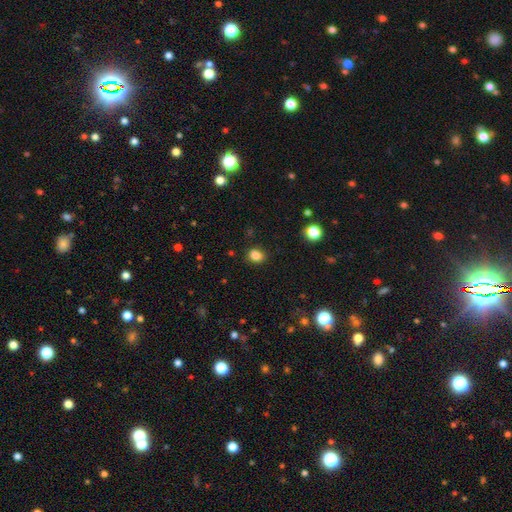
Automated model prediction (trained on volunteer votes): A smooth galaxy with no disk features (84%) that is round (52%). Merging: none (86%).